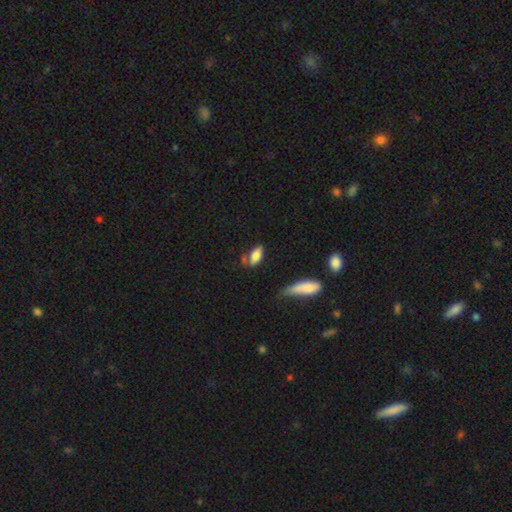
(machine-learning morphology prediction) Smooth or featured? smooth (78%)
How rounded? in between (84%)
Merging? none (51%)